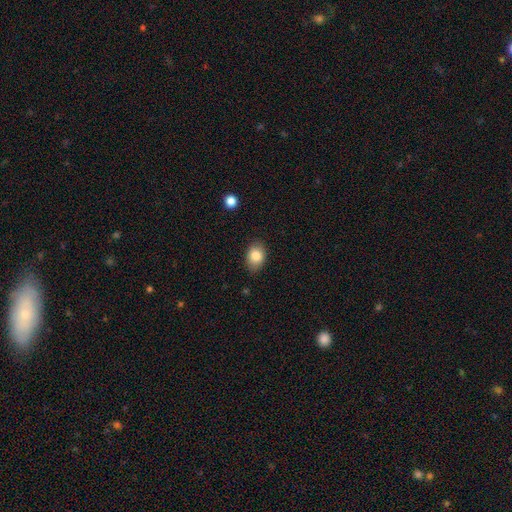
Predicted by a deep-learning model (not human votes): This is clearly a smooth galaxy (85%). How rounded: likely in between (71%). Merging: clearly none (82%).